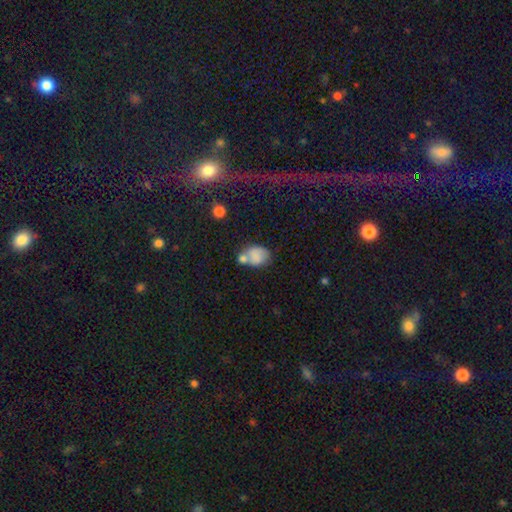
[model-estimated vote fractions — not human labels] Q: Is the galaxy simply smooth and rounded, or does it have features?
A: smooth — 75%.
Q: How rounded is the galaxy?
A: in between — 64%.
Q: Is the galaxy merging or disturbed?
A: merger — 40%.